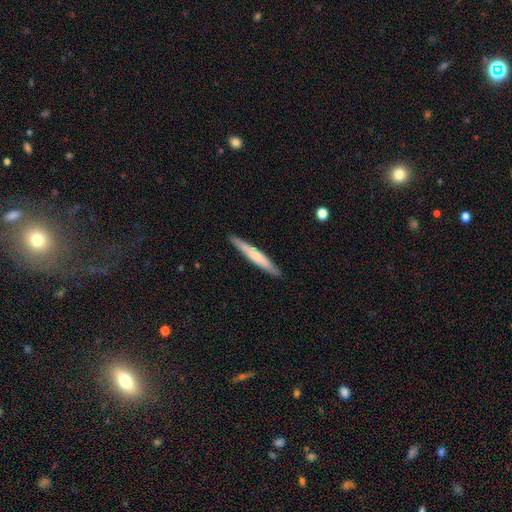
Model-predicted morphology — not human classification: Smooth or featured?
  - smooth: 57% *
  - featured or disk: 38%
  - star or artifact: 5%
How rounded?
  - cigar-shaped: 95% *
  - in between: 4%
  - round: 1%
Merging?
  - none: 90% *
  - minor disturbance: 8%
  - major disturbance: 1%
  - merger: 1%